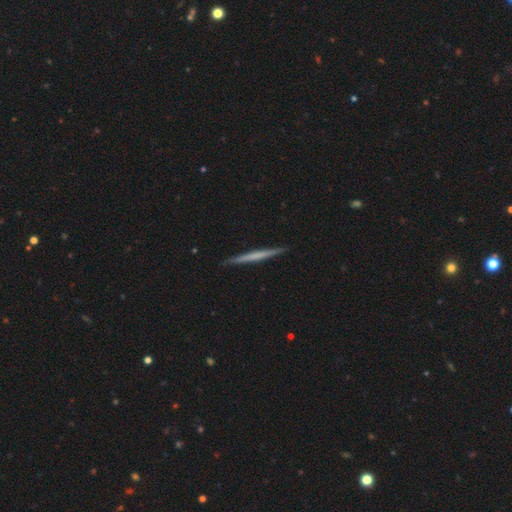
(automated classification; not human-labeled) Smooth or featured? Predicted: featured or disk (p=0.55). Edge-on disk? Predicted: yes (p=0.98). Edge-on bulge? Predicted: none (p=0.79). Merging? Predicted: none (p=0.92).